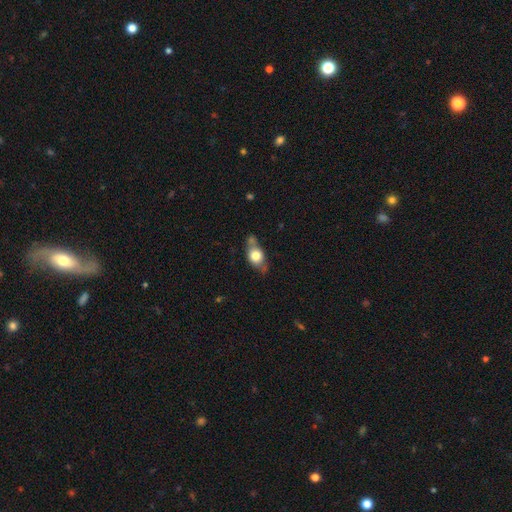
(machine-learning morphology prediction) type=smooth (67%); roundness=in between (72%); merging=none (51%).